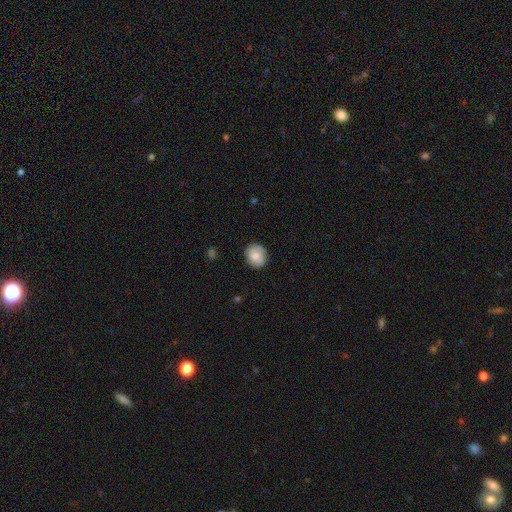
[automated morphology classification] This is clearly a smooth galaxy (82%). How rounded: likely round (69%). Merging: clearly none (84%).